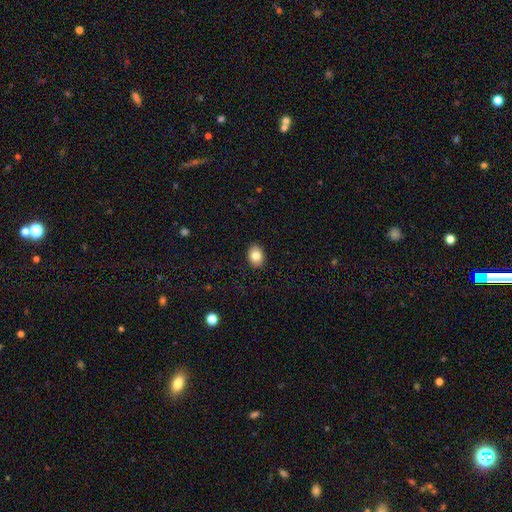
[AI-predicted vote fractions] smooth 82%, featured or disk 9%, star or artifact 9%. Down the decision tree: how rounded — in between (72%); merging — none (91%).